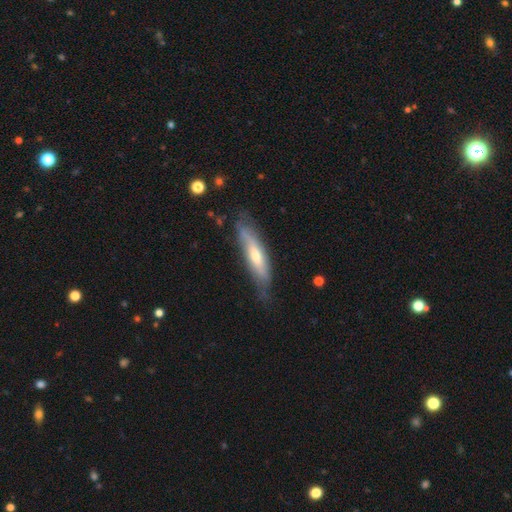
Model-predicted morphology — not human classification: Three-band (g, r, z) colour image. It shows a featured or disk galaxy (53%) viewed edge-on (62%). Merging: none (65%).